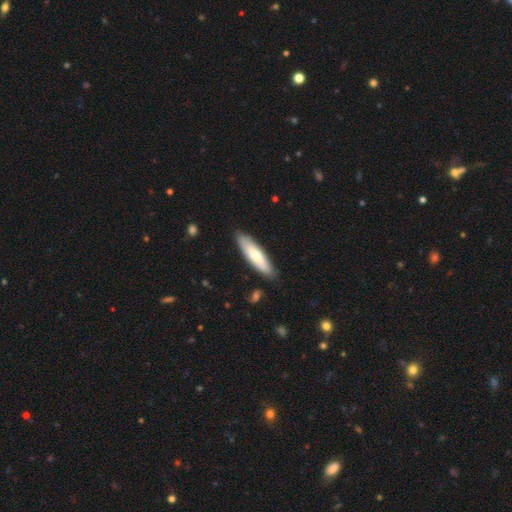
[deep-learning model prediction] smooth_or_featured: smooth (p=0.68) [alt: featured or disk p=0.26]
how_rounded: cigar-shaped (p=0.63) [alt: in between p=0.35]
merging: none (p=0.86) [alt: minor disturbance p=0.10]